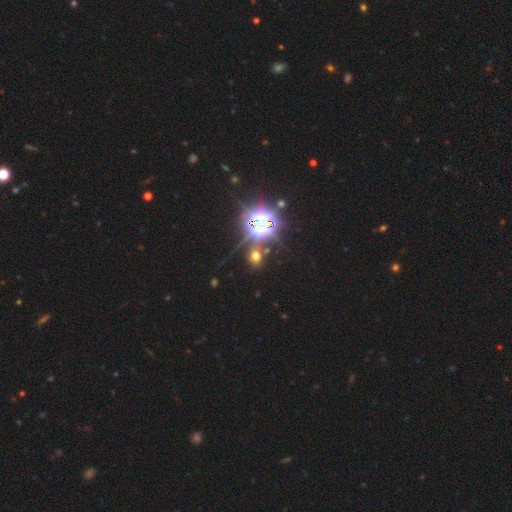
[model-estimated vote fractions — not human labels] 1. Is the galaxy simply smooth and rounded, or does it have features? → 53% star or artifact, 37% smooth, 10% featured or disk.